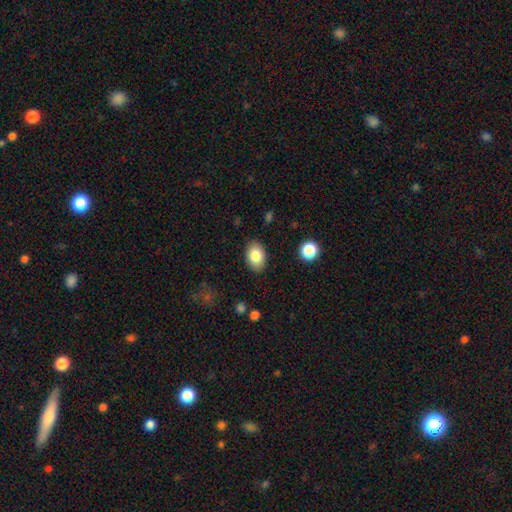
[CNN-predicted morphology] Smooth or featured: smooth — 83% (featured or disk — 9%)
How rounded: in between — 83% (round — 16%)
Merging: none — 86% (minor disturbance — 10%)